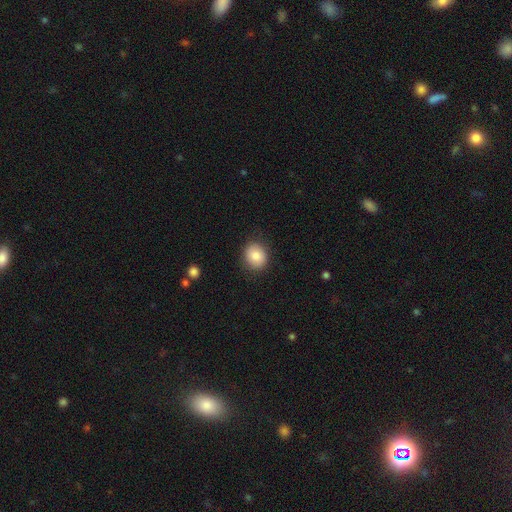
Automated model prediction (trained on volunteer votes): Q: Smooth or featured?
A: smooth (84%); runner-up: star or artifact (8%)
Q: How rounded?
A: round (72%); runner-up: in between (27%)
Q: Merging?
A: none (87%); runner-up: minor disturbance (9%)